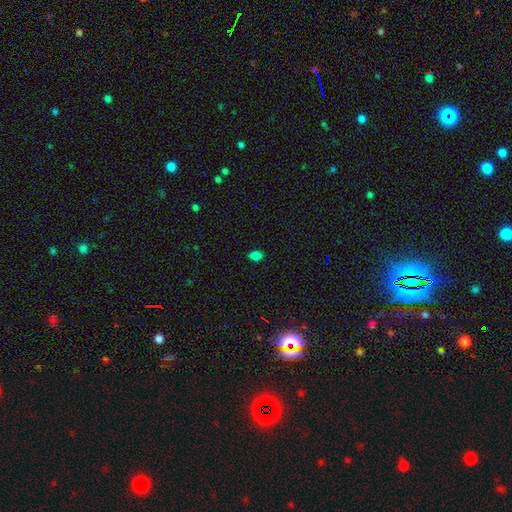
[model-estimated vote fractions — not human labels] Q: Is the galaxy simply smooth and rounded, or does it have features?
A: smooth — 81%.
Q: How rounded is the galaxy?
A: in between — 85%.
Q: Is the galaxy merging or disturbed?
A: none — 87%.